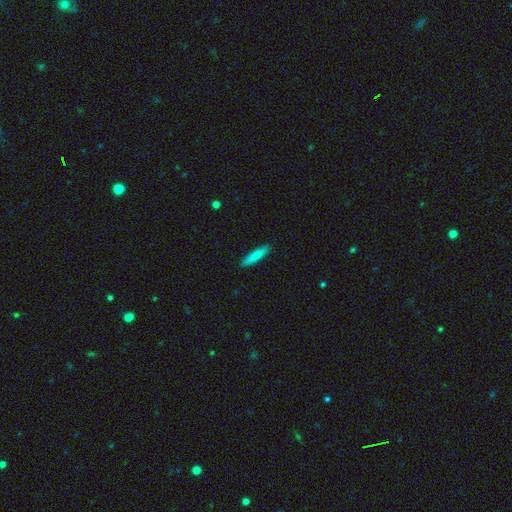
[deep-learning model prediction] Smooth or featured? smooth (84%)
How rounded? cigar-shaped (87%)
Merging? none (91%)